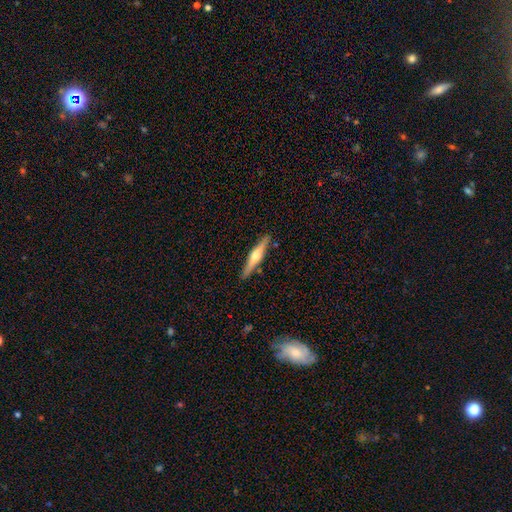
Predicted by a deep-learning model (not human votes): Smooth or featured? featured or disk (63%)
Edge-on disk? yes (97%)
Edge-on bulge? rounded (90%)
Merging? none (88%)